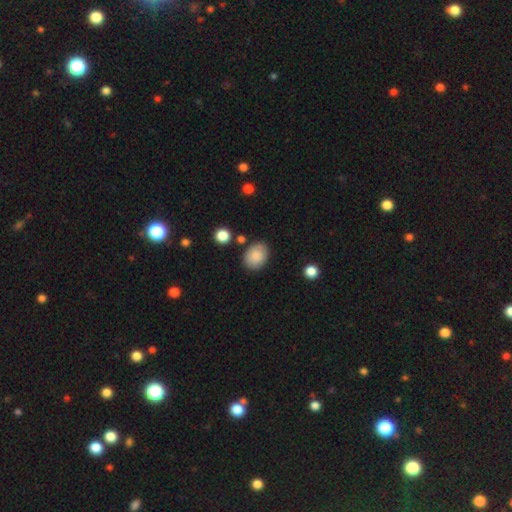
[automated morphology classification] Smooth or featured: smooth — 86% (star or artifact — 7%)
How rounded: in between — 66% (round — 33%)
Merging: none — 80% (minor disturbance — 13%)